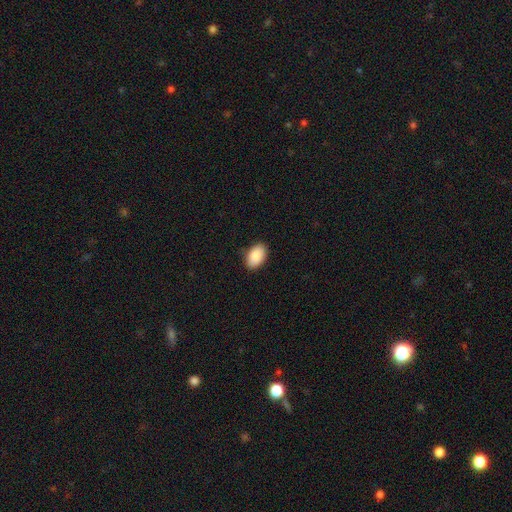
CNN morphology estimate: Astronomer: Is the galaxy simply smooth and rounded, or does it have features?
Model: smooth — 89%.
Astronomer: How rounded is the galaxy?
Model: in between — 92%.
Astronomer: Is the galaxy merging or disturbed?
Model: none — 86%.